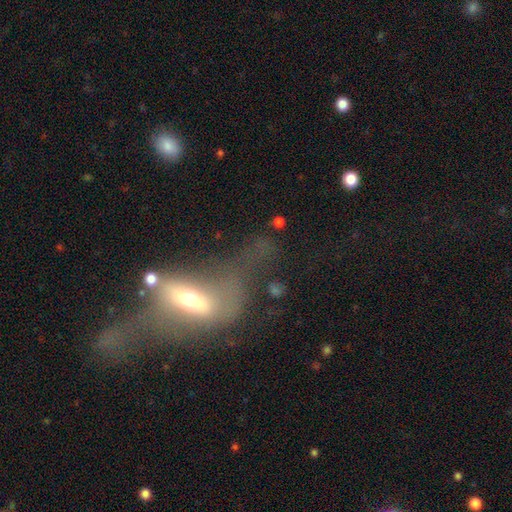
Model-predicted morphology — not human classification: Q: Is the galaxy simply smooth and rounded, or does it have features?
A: featured or disk — 53%.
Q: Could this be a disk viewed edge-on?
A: no — 69%.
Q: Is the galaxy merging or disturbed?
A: major disturbance — 44%.